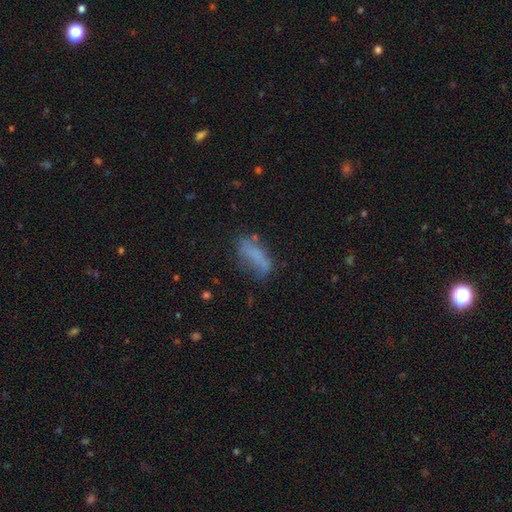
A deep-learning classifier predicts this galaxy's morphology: smooth-or-featured: smooth: 63% | featured or disk: 26% | star or artifact: 11%
  how-rounded: in between: 62% | cigar-shaped: 35% | round: 3%
  merging: none: 49% | minor disturbance: 28% | major disturbance: 17% | merger: 6%